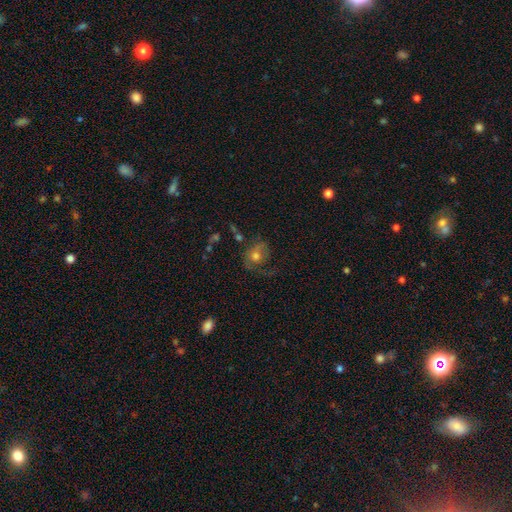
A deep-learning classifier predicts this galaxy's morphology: Overall: featured or disk (45%; smooth 43%). Merging: none (43%; major disturbance 32%).